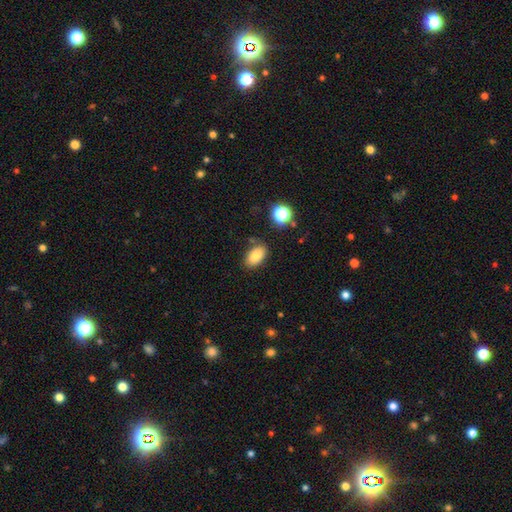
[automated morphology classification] Smooth or featured? Predicted: smooth (p=0.82). How rounded? Predicted: in between (p=0.91). Merging? Predicted: none (p=0.78).